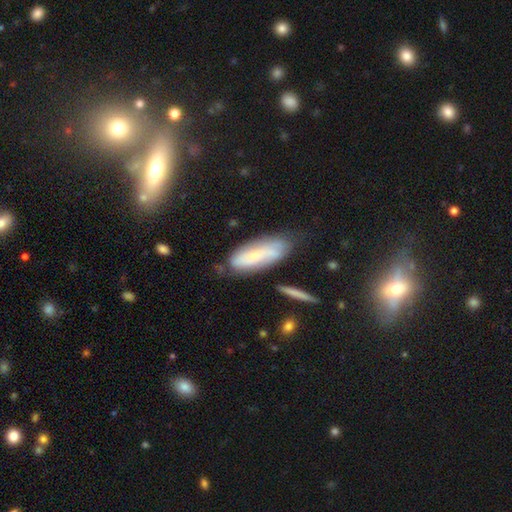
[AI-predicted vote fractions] This appears to be a smooth galaxy with no disk features (46%). Merging: none (64%).